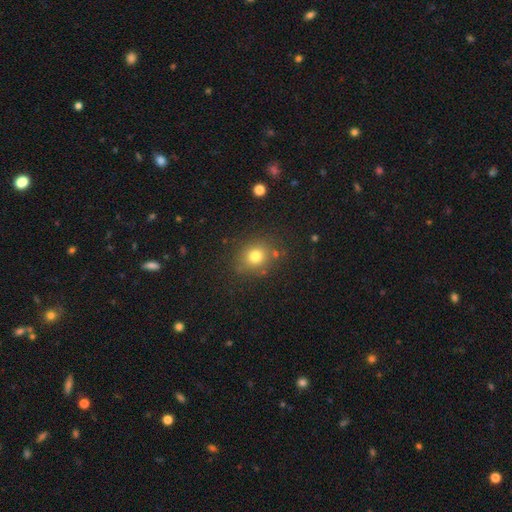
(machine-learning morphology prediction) Overall: smooth (77%). How rounded: round (73%). Merging: none (81%).